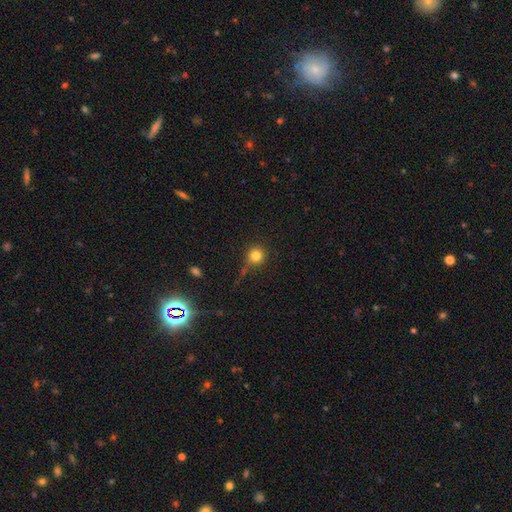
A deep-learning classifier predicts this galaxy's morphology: Smooth or featured: smooth — 80% (star or artifact — 13%)
How rounded: round — 92% (in between — 6%)
Merging: none — 69% (minor disturbance — 17%)